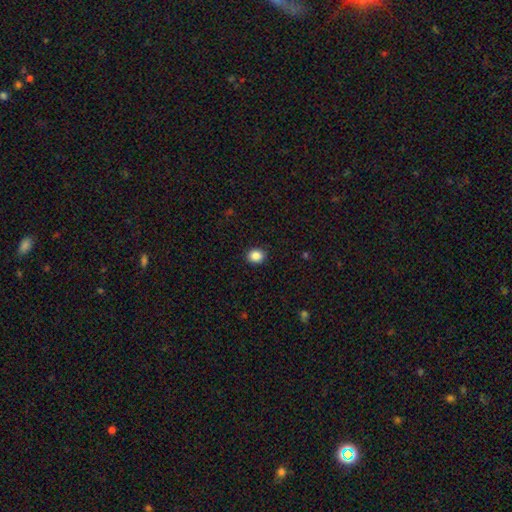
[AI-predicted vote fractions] Smooth or featured?
  - smooth: 87% *
  - star or artifact: 10%
  - featured or disk: 4%
How rounded?
  - round: 71% *
  - in between: 28%
  - cigar-shaped: 1%
Merging?
  - none: 91% *
  - minor disturbance: 7%
  - major disturbance: 2%
  - merger: 1%